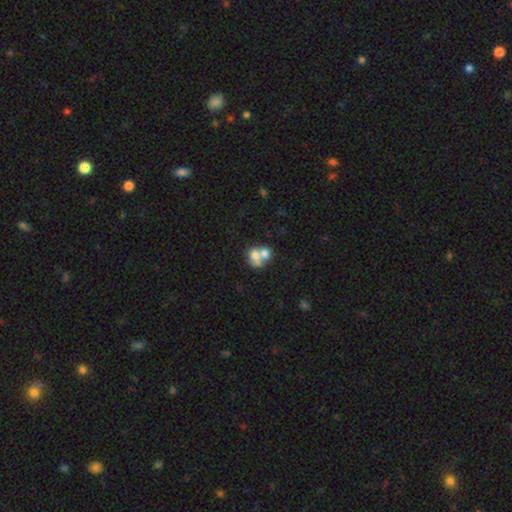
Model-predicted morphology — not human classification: This appears to be a smooth galaxy with no disk features (63%) that is round (55%). Merging: merger (70%).